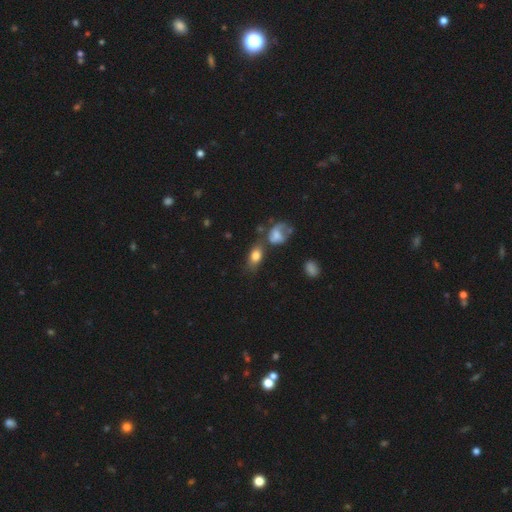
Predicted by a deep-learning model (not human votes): Smooth or featured: smooth — 78% (featured or disk — 13%)
How rounded: in between — 85% (round — 10%)
Merging: none — 54% (merger — 21%)